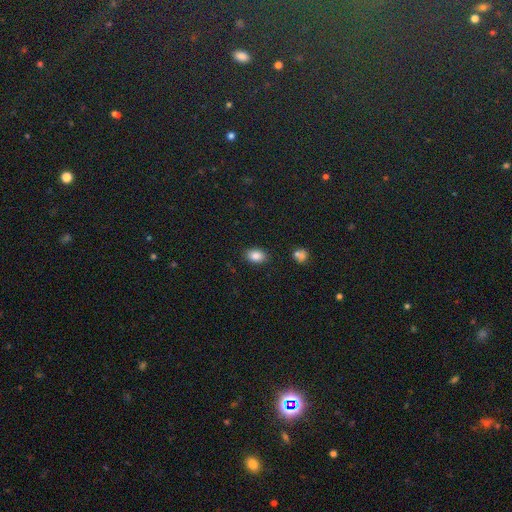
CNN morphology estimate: Smooth or featured? smooth (86%)
How rounded? in between (78%)
Merging? none (86%)